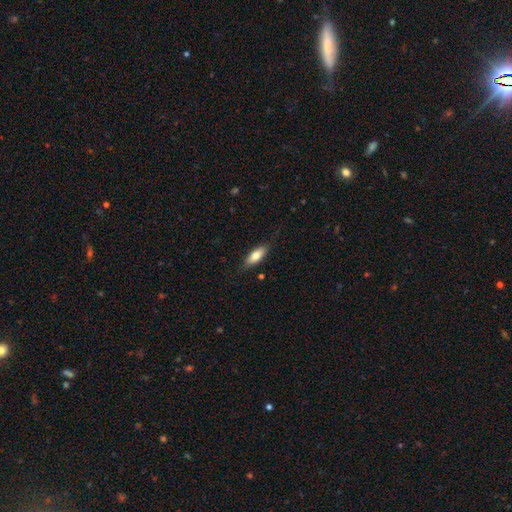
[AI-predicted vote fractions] smooth_or_featured: smooth (p=0.74) [alt: featured or disk p=0.19]
how_rounded: in between (p=0.73) [alt: cigar-shaped p=0.25]
merging: none (p=0.81) [alt: minor disturbance p=0.15]